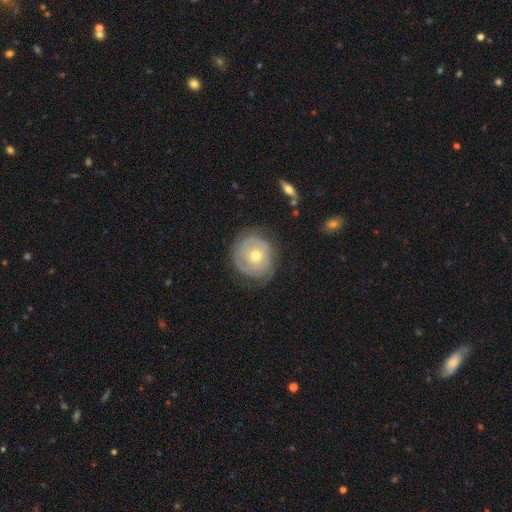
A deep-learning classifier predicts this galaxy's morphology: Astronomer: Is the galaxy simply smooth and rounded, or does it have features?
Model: featured or disk — 62%.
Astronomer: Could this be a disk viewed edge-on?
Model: no — 96%.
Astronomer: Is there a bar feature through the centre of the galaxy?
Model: no — 83%.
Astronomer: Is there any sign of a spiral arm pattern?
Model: yes — 69%.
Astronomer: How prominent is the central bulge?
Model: moderate — 56% (runner-up: small, 40%).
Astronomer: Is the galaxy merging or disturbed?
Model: none — 65%.